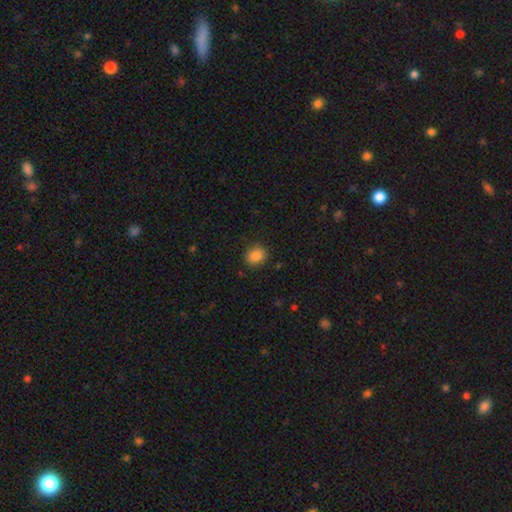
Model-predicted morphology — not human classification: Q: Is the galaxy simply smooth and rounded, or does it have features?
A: smooth — 86%.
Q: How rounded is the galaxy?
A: round — 64%.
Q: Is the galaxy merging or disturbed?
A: none — 87%.